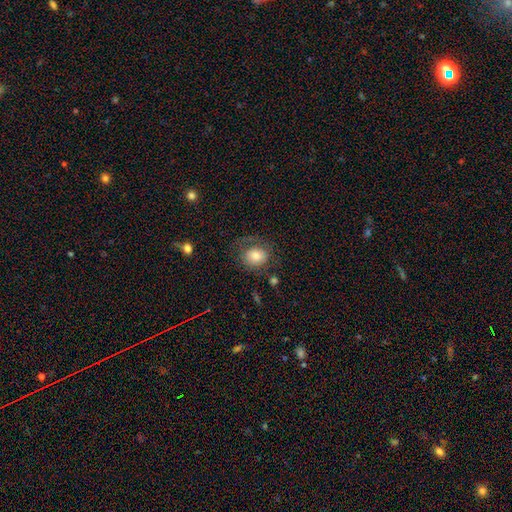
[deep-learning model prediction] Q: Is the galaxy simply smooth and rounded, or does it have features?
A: smooth — 74%.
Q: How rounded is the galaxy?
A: round — 67%.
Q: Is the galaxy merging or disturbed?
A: none — 58%.